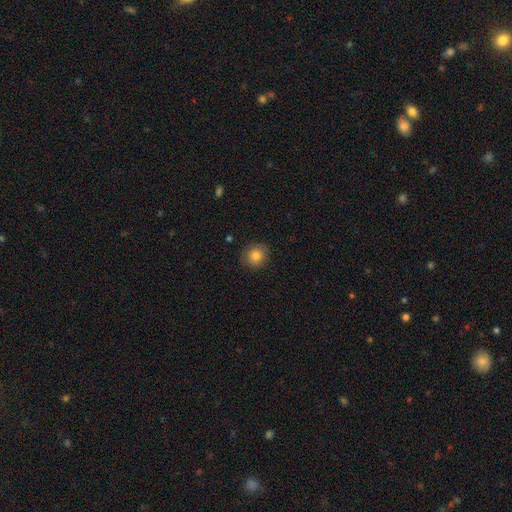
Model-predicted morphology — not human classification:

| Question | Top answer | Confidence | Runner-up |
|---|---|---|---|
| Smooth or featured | smooth | 82% | star or artifact (10%) |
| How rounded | round | 87% | in between (12%) |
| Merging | none | 86% | minor disturbance (10%) |